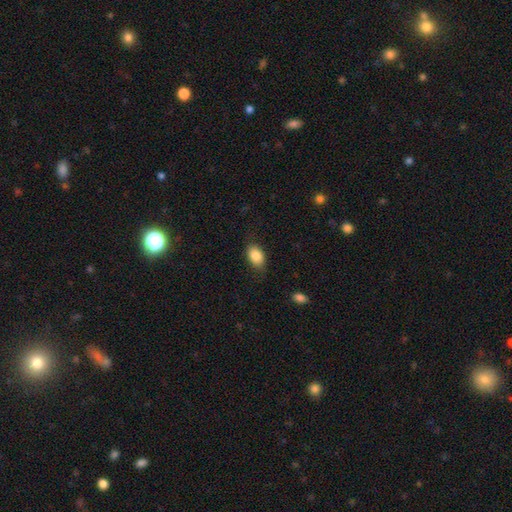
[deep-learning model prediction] A smooth galaxy with no disk features (87%) that is in between round and cigar-shaped (86%). Merging: none (78%).